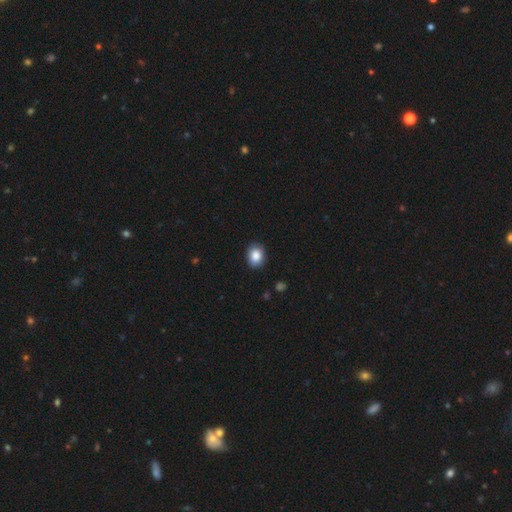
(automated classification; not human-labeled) Smooth or featured? smooth (86%)
How rounded? in between (58%)
Merging? none (86%)